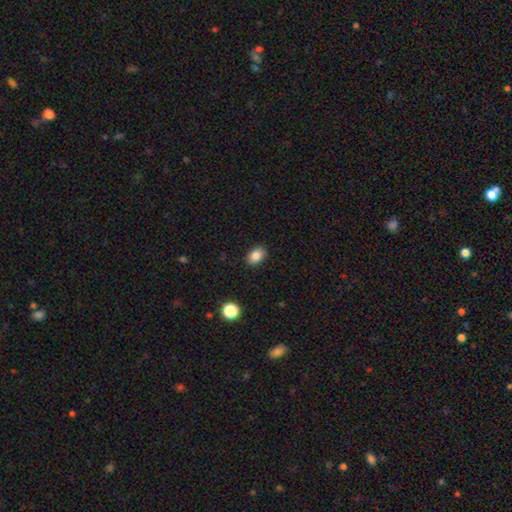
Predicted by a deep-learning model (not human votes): smooth 85%, star or artifact 10%, featured or disk 6%. Down the decision tree: how rounded — in between (80%); merging — none (88%).